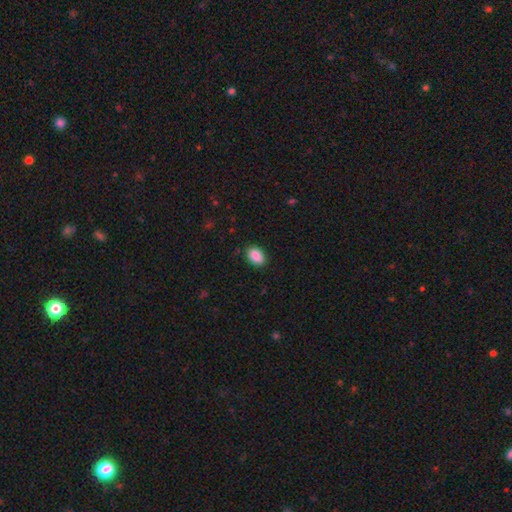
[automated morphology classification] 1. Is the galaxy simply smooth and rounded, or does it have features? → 90% smooth, 7% star or artifact, 3% featured or disk.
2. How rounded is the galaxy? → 86% in between, 13% round, 1% cigar-shaped.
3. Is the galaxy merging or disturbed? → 89% none, 8% minor disturbance, 2% major disturbance, 1% merger.